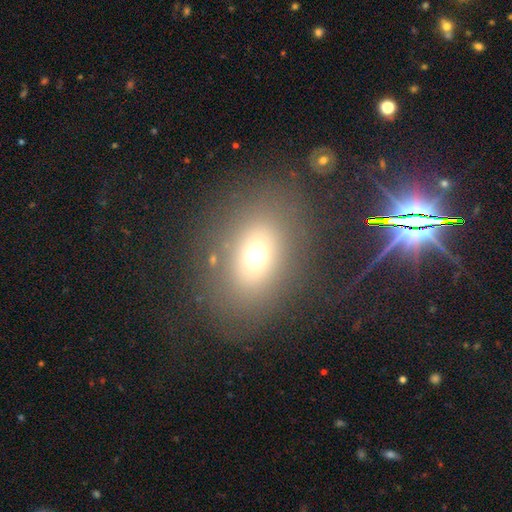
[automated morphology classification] Overall: smooth (60%; star or artifact 23%). How rounded: in between (70%). Merging: none (78%).